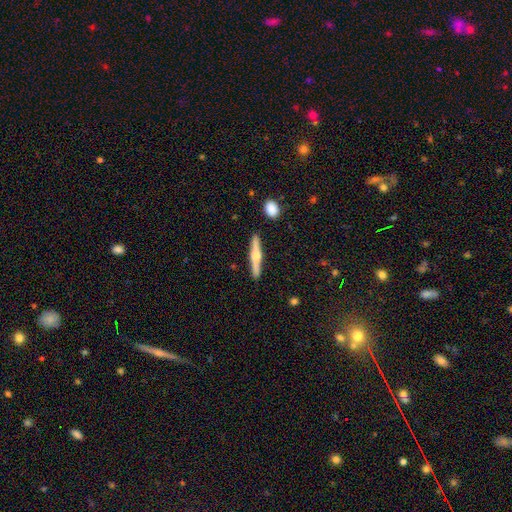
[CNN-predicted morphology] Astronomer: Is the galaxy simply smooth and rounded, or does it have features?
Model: featured or disk — 65%.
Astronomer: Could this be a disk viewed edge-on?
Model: yes — 97%.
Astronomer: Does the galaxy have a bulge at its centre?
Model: rounded — 91%.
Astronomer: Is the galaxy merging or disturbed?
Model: none — 90%.